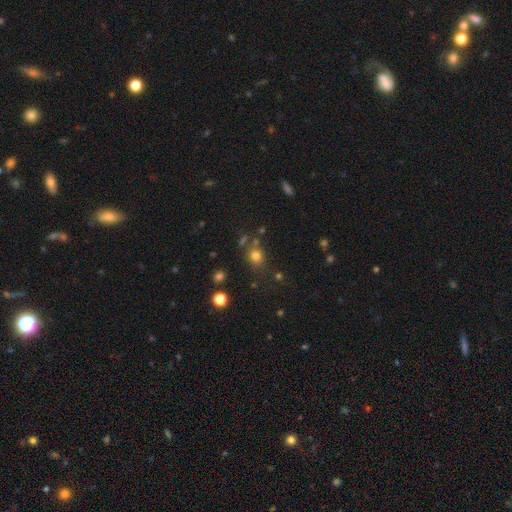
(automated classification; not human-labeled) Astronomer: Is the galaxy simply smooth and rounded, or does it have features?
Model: smooth — 75%.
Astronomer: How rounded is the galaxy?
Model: round — 74%.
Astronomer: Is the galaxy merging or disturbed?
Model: none — 73%.